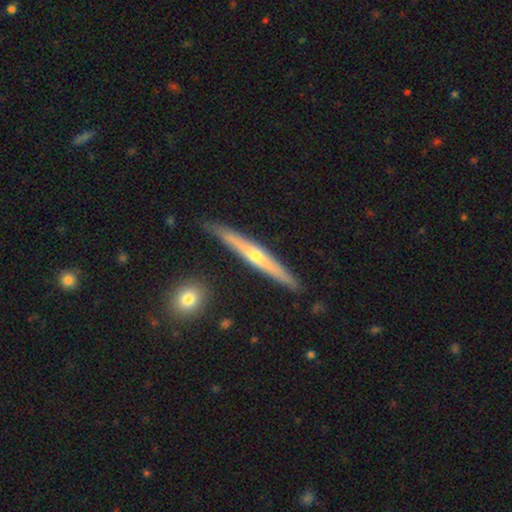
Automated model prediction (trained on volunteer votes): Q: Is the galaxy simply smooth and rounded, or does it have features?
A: featured or disk — 67%.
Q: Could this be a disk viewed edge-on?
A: yes — 96%.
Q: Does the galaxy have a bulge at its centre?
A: rounded — 69%.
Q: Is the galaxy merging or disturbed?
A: none — 87%.